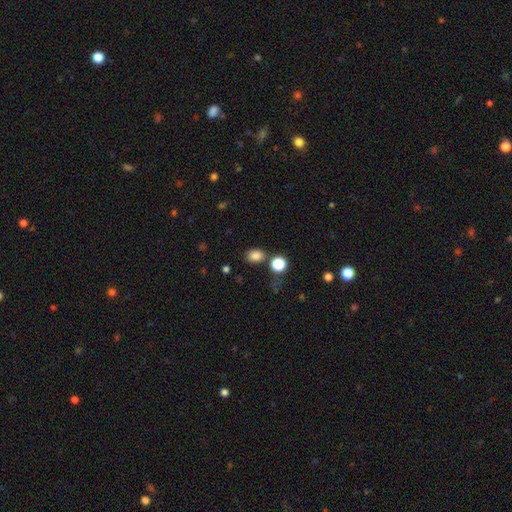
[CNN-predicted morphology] smooth 83%, star or artifact 13%, featured or disk 5%. Down the decision tree: how rounded — in between (57%); merging — none (77%).